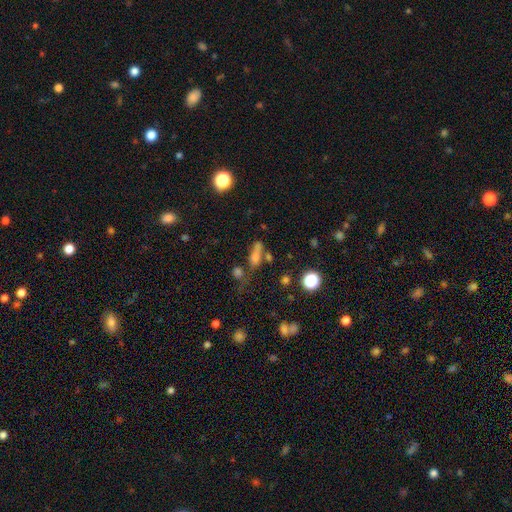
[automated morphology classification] smooth_or_featured: smooth (p=0.65) [alt: star or artifact p=0.19]
how_rounded: in between (p=0.47) [alt: cigar-shaped p=0.39]
merging: none (p=0.41) [alt: merger p=0.25]